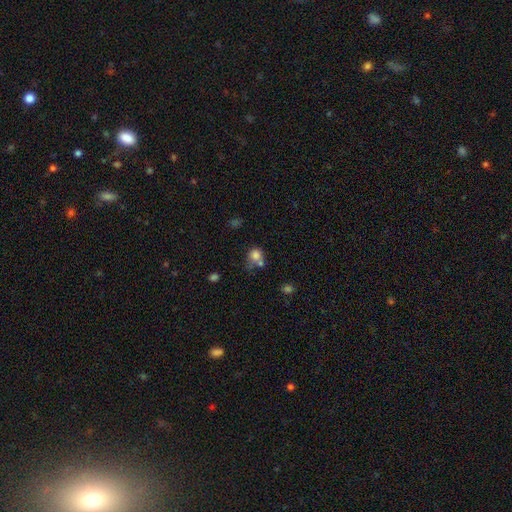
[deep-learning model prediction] This is likely a smooth galaxy (78%). How rounded: likely round (74%). Merging: marginally none (41%).